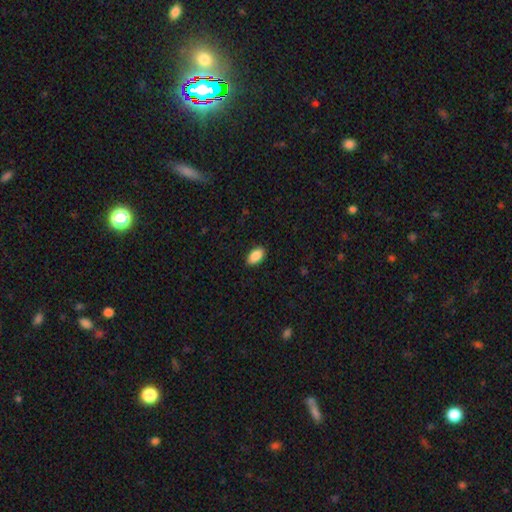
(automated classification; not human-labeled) This appears to be a smooth galaxy with no disk features (89%) that is in between round and cigar-shaped (94%). Merging: none (88%).